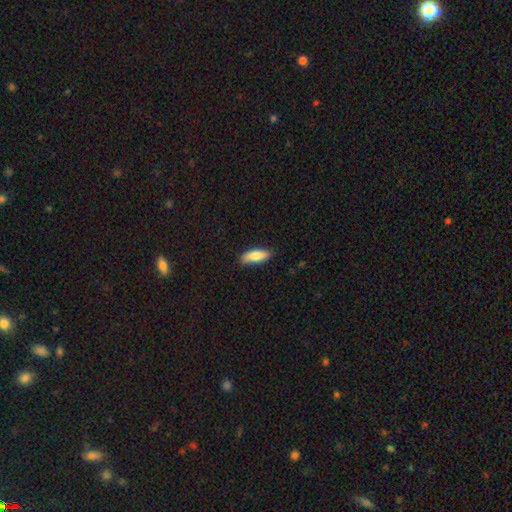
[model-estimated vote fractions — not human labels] Morphology: type=smooth (83%); roundness=in between (70%); merging=none (79%).